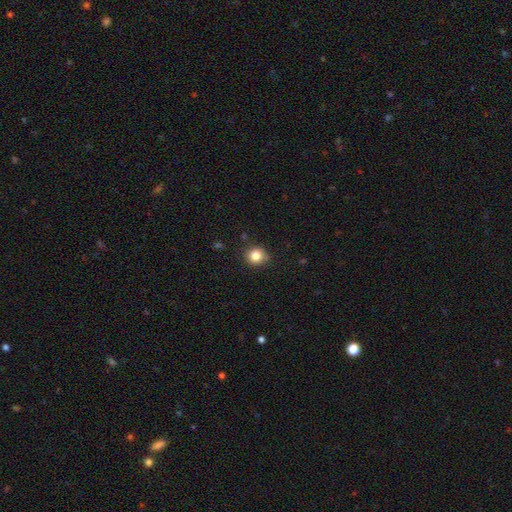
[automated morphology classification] Smooth or featured? Predicted: smooth (p=0.84). How rounded? Predicted: round (p=0.87). Merging? Predicted: none (p=0.85).